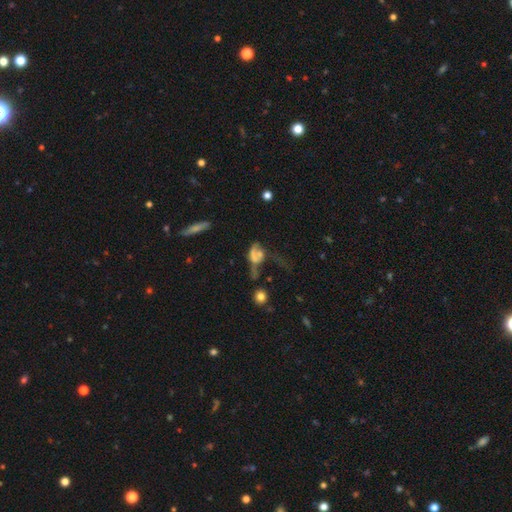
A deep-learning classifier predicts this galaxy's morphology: smooth_or_featured: smooth (p=0.43) [alt: featured or disk p=0.41]
merging: major disturbance (p=0.38) [alt: merger p=0.31]